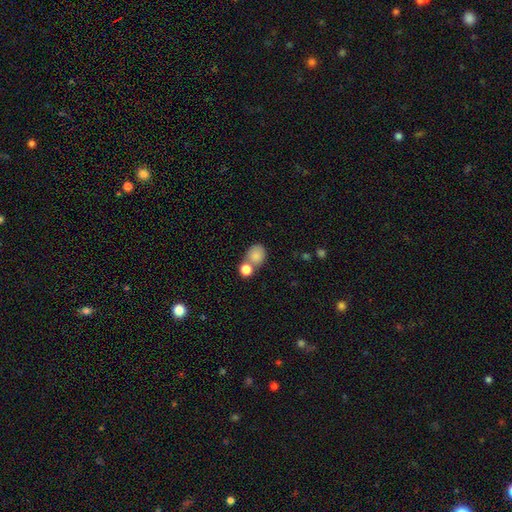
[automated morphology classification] type=smooth (81%); roundness=round (63%); merging=merger (43%).